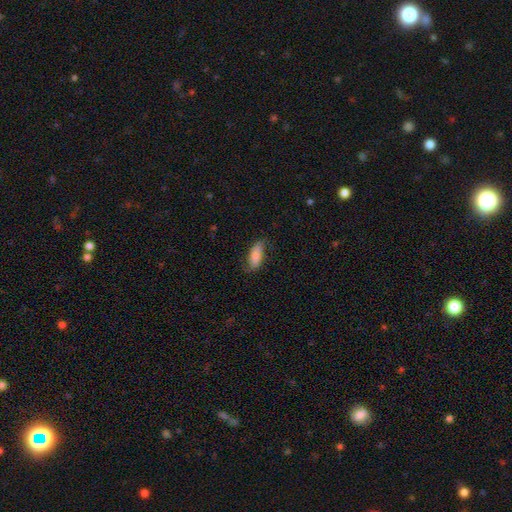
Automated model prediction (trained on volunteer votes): A smooth galaxy with no disk features (74%) that is in between round and cigar-shaped (78%). Merging: none (68%).